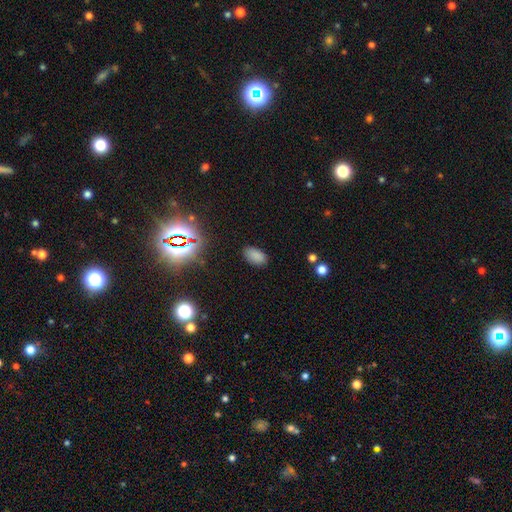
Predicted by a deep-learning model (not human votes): Overall: smooth (79%). How rounded: in between (93%). Merging: none (84%).